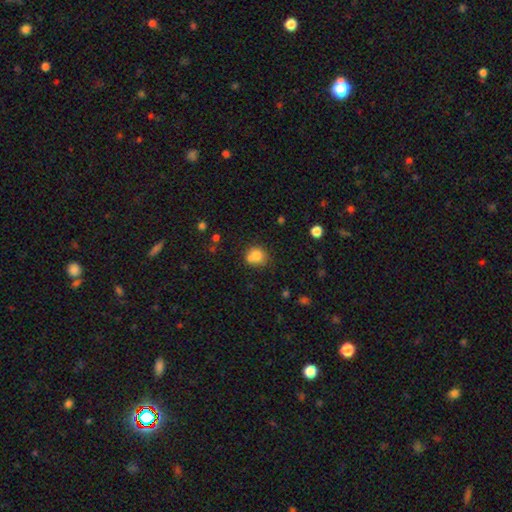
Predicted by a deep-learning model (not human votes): This is likely a smooth galaxy (77%). How rounded: likely round (73%). Merging: possibly none (50%).